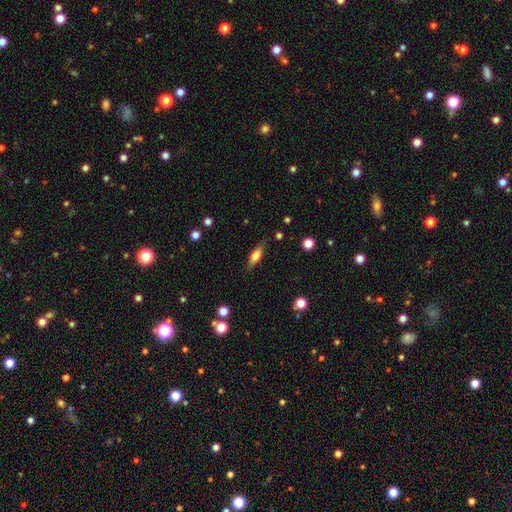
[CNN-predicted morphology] The model was most divided on "how rounded": in between: 49%, cigar-shaped: 48%, round: 3%. More confident: merging — none (84%); smooth or featured — smooth (56%).